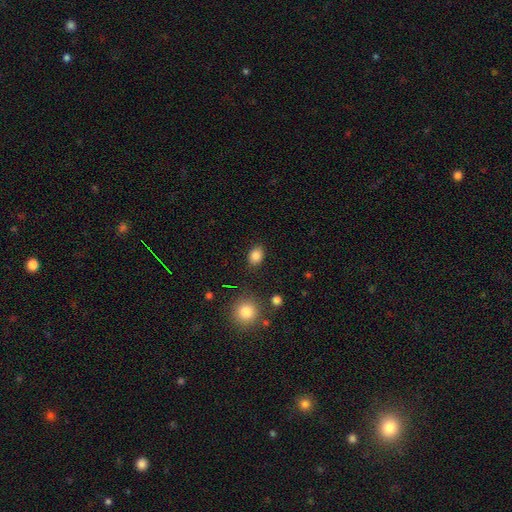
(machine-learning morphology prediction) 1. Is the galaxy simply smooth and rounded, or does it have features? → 84% smooth, 10% star or artifact, 6% featured or disk.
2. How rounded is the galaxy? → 66% in between, 33% round, 1% cigar-shaped.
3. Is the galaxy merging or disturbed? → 86% none, 9% minor disturbance, 3% major disturbance, 2% merger.